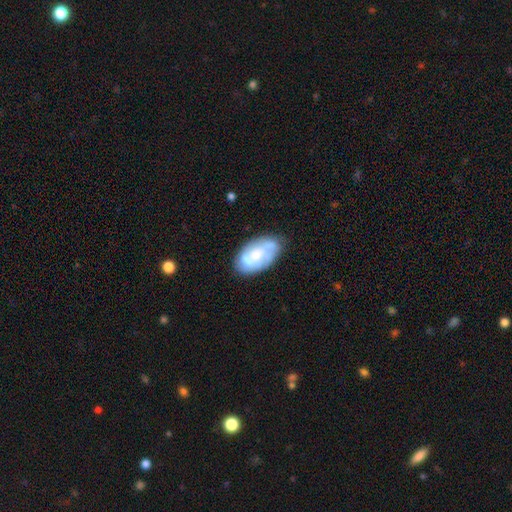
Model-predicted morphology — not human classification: Smooth or featured? featured or disk (54%)
Edge-on disk? no (96%)
Bar? no (73%)
Spiral arms? yes (63%)
Bulge size? moderate (39%)
Merging? none (65%)